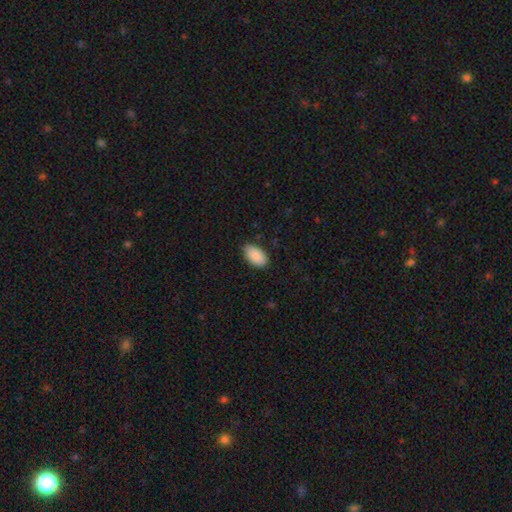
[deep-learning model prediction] Smooth or featured: smooth — 89% (star or artifact — 6%)
How rounded: in between — 95% (round — 3%)
Merging: none — 85% (minor disturbance — 12%)